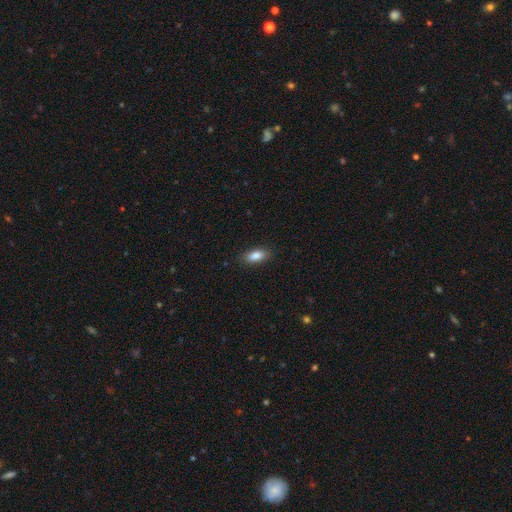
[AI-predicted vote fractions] A smooth galaxy with no disk features (86%) that is in between round and cigar-shaped (83%). Merging: none (86%).